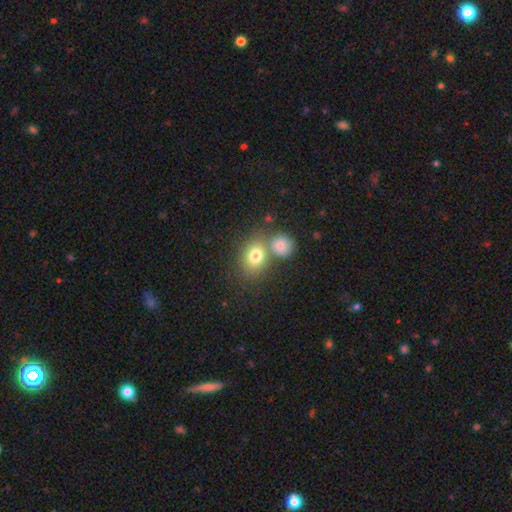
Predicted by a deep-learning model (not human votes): Overall: smooth (77%). How rounded: in between (51%; round 48%). Merging: none (49%; merger 37%).